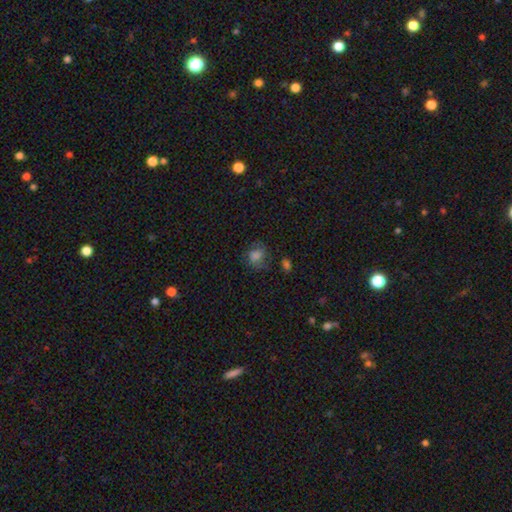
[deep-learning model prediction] Smooth or featured? Predicted: smooth (p=0.67). How rounded? Predicted: round (p=0.58). Merging? Predicted: none (p=0.60).